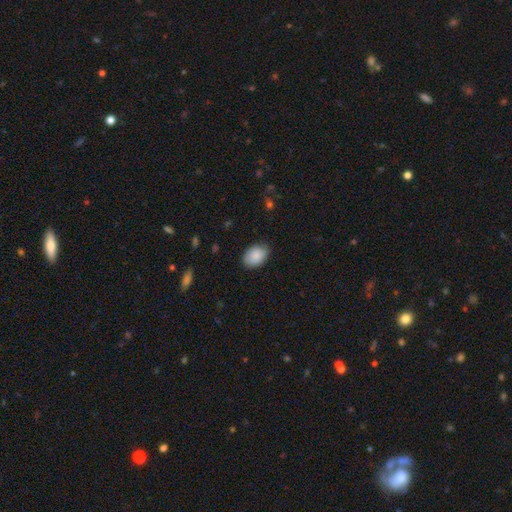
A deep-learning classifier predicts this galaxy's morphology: A smooth galaxy with no disk features (88%) that is in between round and cigar-shaped (82%). Merging: none (83%).